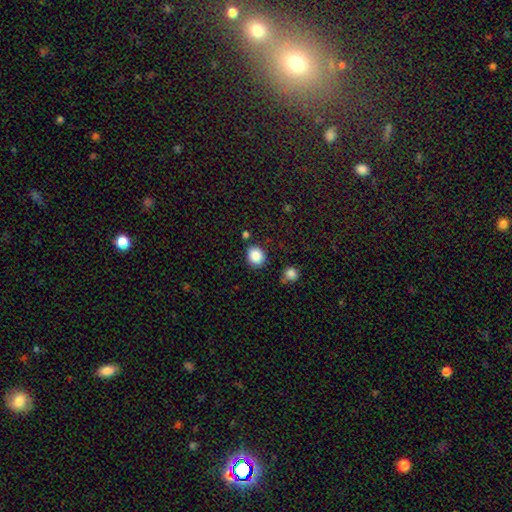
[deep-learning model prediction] A smooth galaxy with no disk features (86%) that is round (72%).

Vote fractions:
- Smooth or featured? smooth: 86% / star or artifact: 9% / featured or disk: 4%
- How rounded? round: 72% / in between: 27% / cigar-shaped: 1%
- Merging? none: 83% / minor disturbance: 10% / merger: 4% / major disturbance: 3%